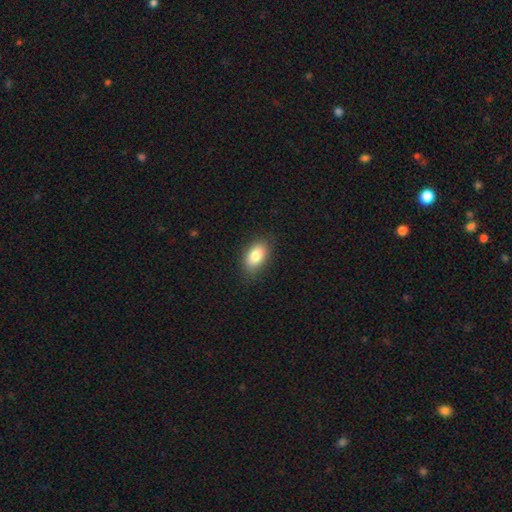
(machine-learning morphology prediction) The model was most divided on "smooth or featured": smooth: 82%, featured or disk: 10%, star or artifact: 8%. More confident: how rounded — in between (90%); merging — none (84%).